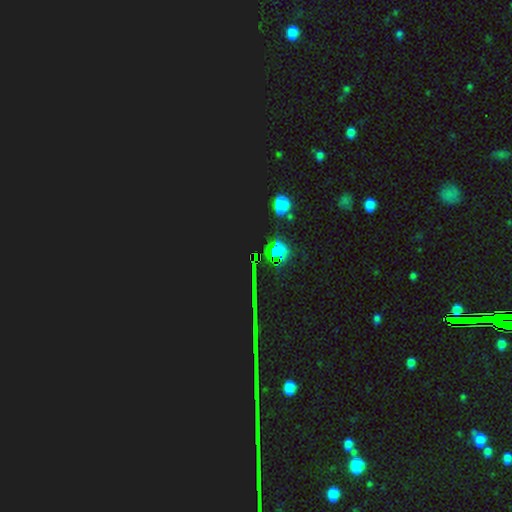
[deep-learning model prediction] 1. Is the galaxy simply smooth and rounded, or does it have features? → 86% star or artifact, 7% smooth, 6% featured or disk.